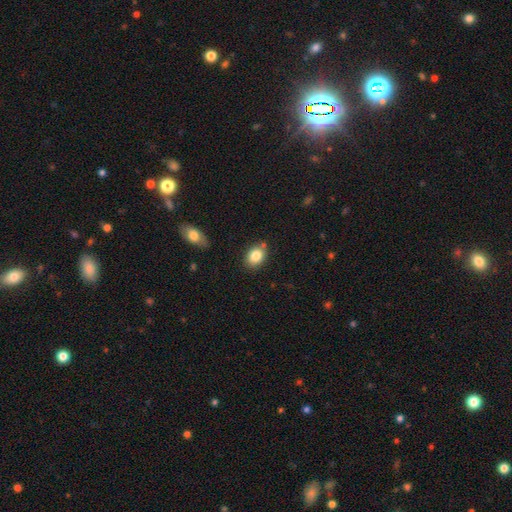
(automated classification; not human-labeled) Morphology: type=smooth (84%); roundness=in between (68%); merging=none (75%).